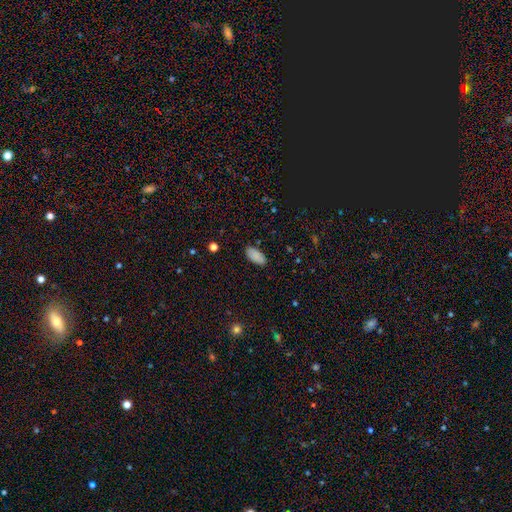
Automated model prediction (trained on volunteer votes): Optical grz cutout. It shows a smooth galaxy with no disk features (88%) that is in between round and cigar-shaped (91%). Merging: none (87%).